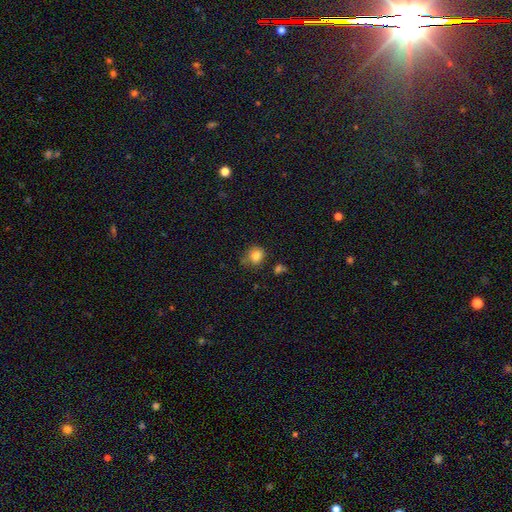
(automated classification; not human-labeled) smooth-or-featured: smooth: 83% | star or artifact: 11% | featured or disk: 6%
  how-rounded: round: 69% | in between: 30% | cigar-shaped: 1%
  merging: none: 63% | minor disturbance: 26% | major disturbance: 7% | merger: 5%